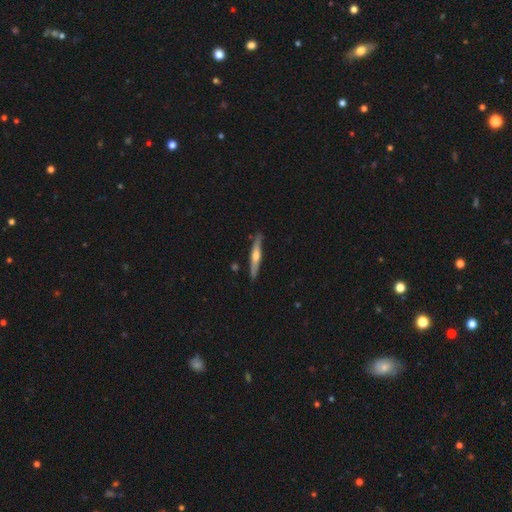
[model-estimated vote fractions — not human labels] Overall: featured or disk (60%; smooth 35%). Edge-on disk: yes (96%). Edge-on bulge: rounded (82%). Merging: none (86%).